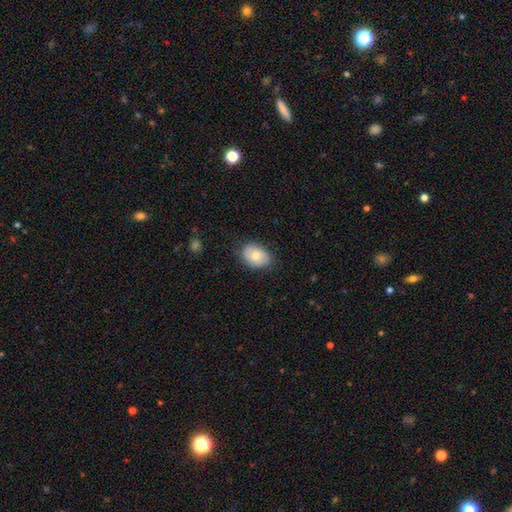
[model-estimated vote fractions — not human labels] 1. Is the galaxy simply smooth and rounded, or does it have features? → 75% smooth, 17% featured or disk, 7% star or artifact.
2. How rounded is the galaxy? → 77% in between, 22% round, 1% cigar-shaped.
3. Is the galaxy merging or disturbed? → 79% none, 17% minor disturbance, 3% major disturbance, 1% merger.